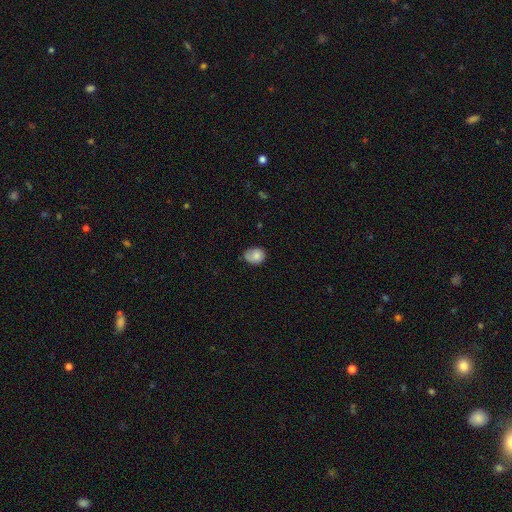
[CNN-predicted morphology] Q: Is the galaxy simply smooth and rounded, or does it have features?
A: smooth — 77%.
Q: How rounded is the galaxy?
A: round — 59%.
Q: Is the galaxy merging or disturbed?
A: none — 57%.